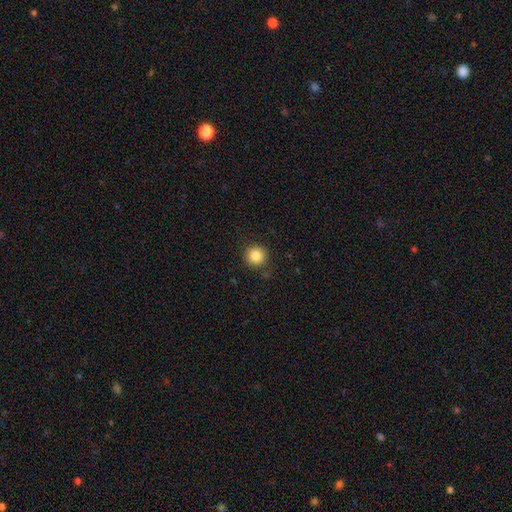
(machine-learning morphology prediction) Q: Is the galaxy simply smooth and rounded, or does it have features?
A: smooth — 85%.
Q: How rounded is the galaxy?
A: round — 94%.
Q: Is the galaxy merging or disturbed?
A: none — 89%.